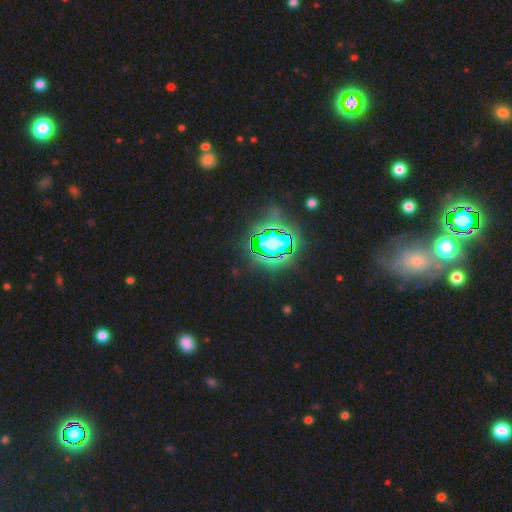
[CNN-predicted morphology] type=star or artifact (80%).